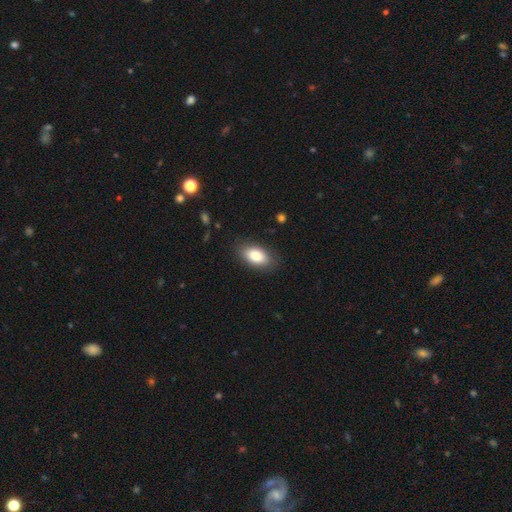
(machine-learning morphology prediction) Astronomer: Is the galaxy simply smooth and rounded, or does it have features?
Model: smooth — 82%.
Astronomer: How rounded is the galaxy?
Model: in between — 92%.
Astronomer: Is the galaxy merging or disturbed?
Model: none — 85%.